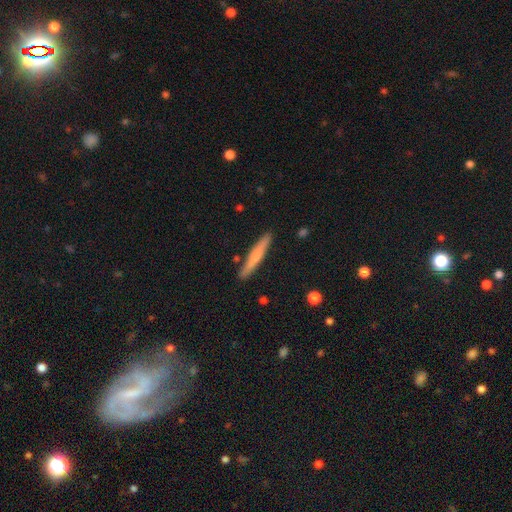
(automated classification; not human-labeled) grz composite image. It shows a smooth galaxy with no disk features (56%) that is cigar-shaped (94%). Merging: none (88%).